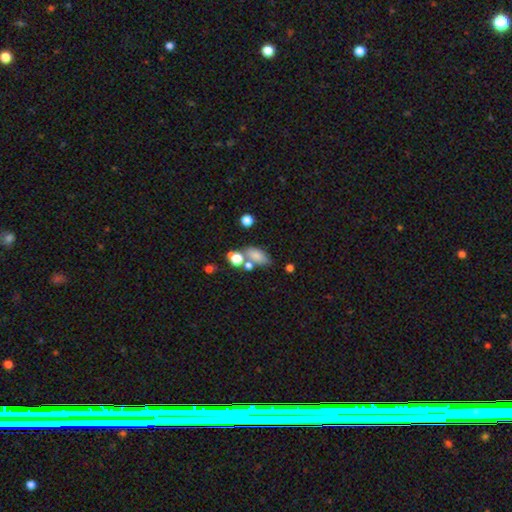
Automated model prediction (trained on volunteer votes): This is likely a smooth galaxy (75%). How rounded: likely in between (80%). Merging: possibly none (53%).